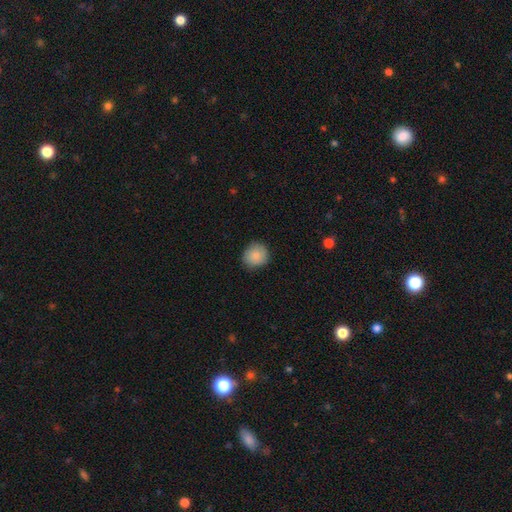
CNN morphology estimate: This is clearly a smooth galaxy (88%). How rounded: clearly round (86%). Merging: clearly none (85%).